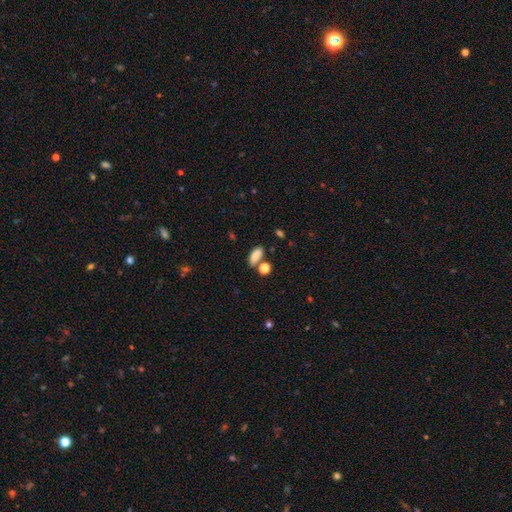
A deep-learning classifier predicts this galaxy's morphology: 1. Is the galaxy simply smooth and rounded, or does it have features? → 83% smooth, 10% star or artifact, 7% featured or disk.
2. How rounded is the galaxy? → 84% in between, 10% cigar-shaped, 6% round.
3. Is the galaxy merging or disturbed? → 64% none, 17% merger, 14% minor disturbance, 5% major disturbance.